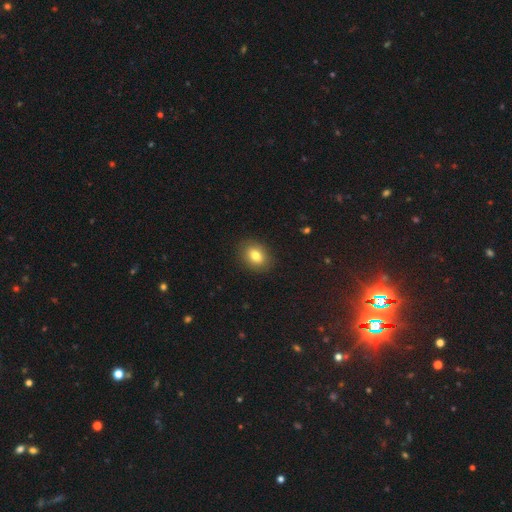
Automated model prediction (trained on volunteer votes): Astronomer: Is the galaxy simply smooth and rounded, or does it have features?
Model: smooth — 79%.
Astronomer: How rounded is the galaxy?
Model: in between — 66%.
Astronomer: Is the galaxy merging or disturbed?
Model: none — 88%.